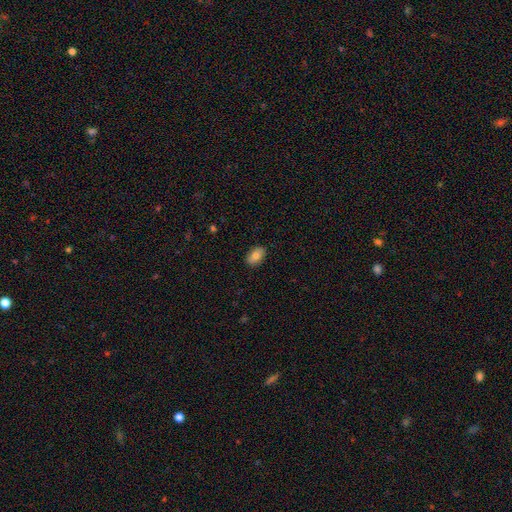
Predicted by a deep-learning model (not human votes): Smooth or featured: smooth — 79% (featured or disk — 13%)
How rounded: in between — 88% (round — 10%)
Merging: none — 88% (minor disturbance — 9%)